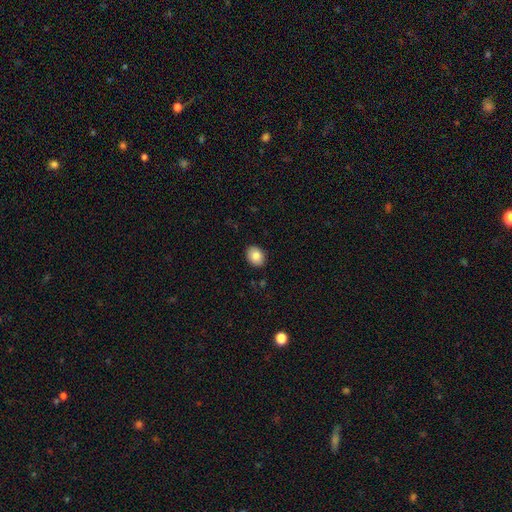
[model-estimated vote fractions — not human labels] smooth_or_featured: smooth (p=0.85) [alt: star or artifact p=0.08]
how_rounded: in between (p=0.62) [alt: round p=0.37]
merging: none (p=0.90) [alt: minor disturbance p=0.07]